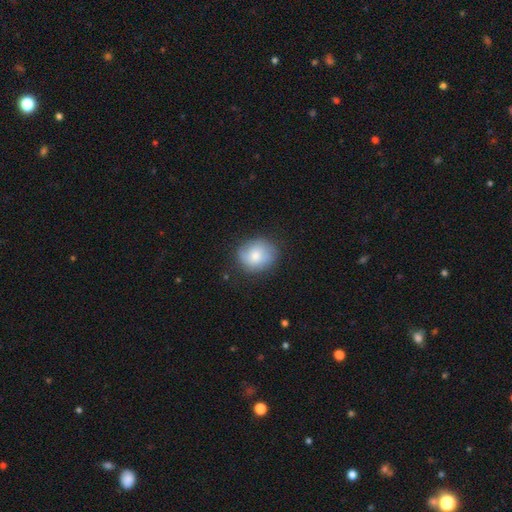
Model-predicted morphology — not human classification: Smooth or featured: smooth — 67% (featured or disk — 25%)
How rounded: round — 71% (in between — 28%)
Merging: none — 75% (minor disturbance — 18%)